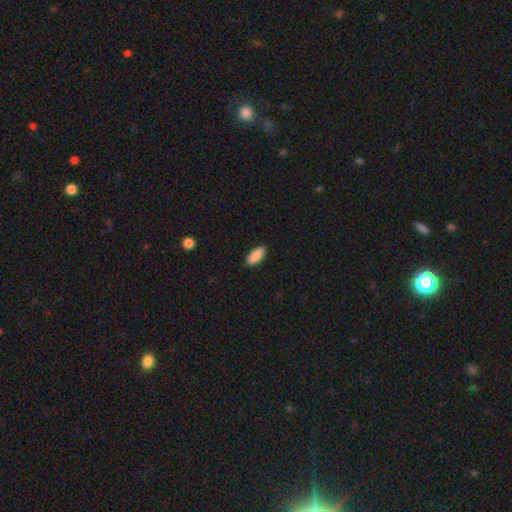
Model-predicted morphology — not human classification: Smooth or featured?
  - smooth: 90% *
  - star or artifact: 6%
  - featured or disk: 4%
How rounded?
  - in between: 86% *
  - cigar-shaped: 12%
  - round: 2%
Merging?
  - none: 89% *
  - minor disturbance: 8%
  - major disturbance: 2%
  - merger: 1%